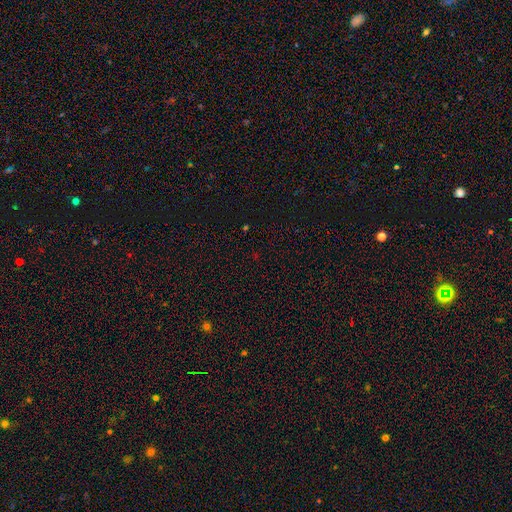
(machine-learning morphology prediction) This is likely a star or artifact rather than a galaxy (67%).